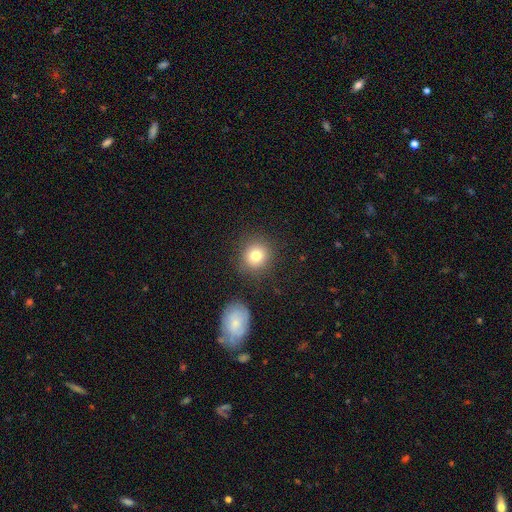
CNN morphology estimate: A smooth galaxy with no disk features (80%) that is round (88%). Merging: none (85%).